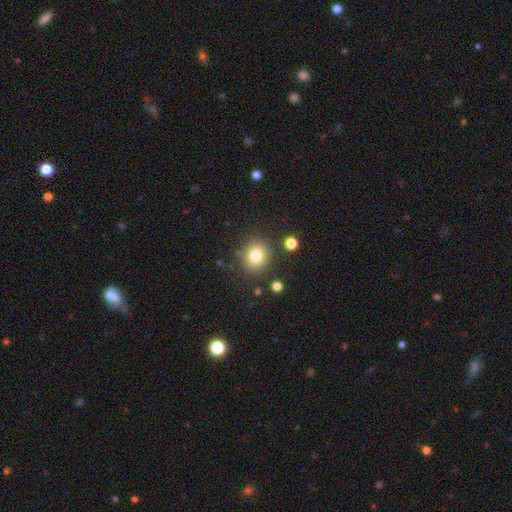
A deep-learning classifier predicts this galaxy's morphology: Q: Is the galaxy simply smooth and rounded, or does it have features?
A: smooth — 79%.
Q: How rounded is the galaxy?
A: round — 80%.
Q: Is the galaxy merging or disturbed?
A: none — 84%.